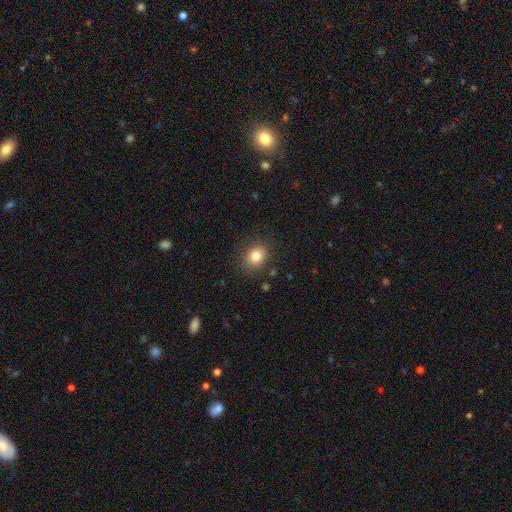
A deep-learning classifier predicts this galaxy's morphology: A smooth galaxy with no disk features (82%) that is round (57%). Merging: none (85%).